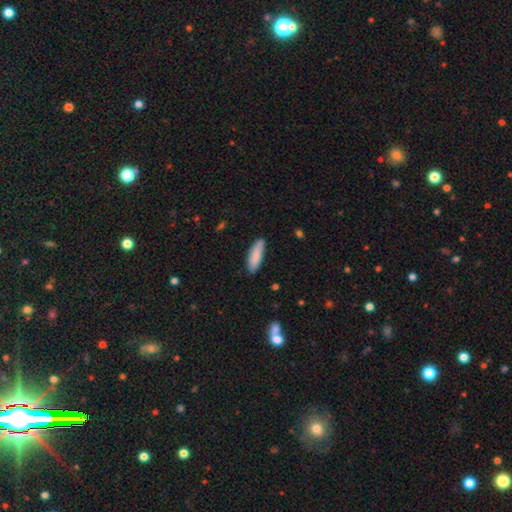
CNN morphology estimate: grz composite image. It shows a smooth galaxy with no disk features (85%) that is cigar-shaped (51%). Merging: none (85%).